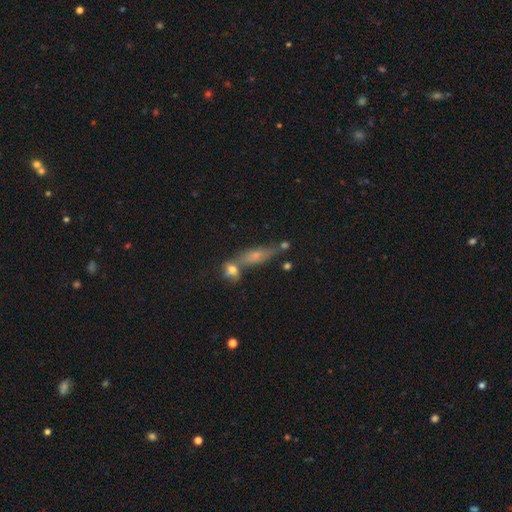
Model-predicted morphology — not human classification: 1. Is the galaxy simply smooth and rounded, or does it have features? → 59% smooth, 29% featured or disk, 12% star or artifact.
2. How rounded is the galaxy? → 47% in between, 46% cigar-shaped, 6% round.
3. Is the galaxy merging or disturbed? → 46% none, 31% merger, 15% minor disturbance, 8% major disturbance.